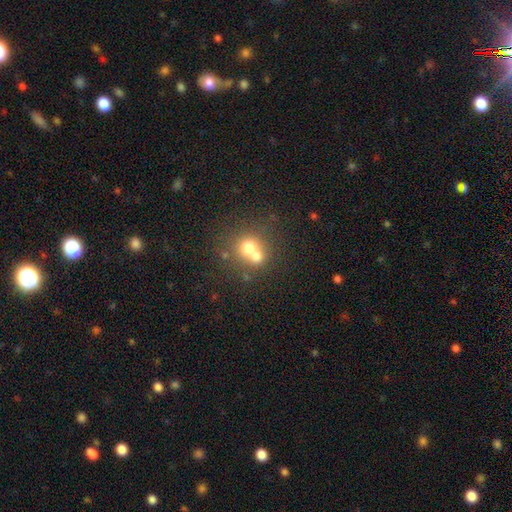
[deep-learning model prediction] Smooth or featured? Predicted: smooth (p=0.65). How rounded? Predicted: round (p=0.81). Merging? Predicted: merger (p=0.59).